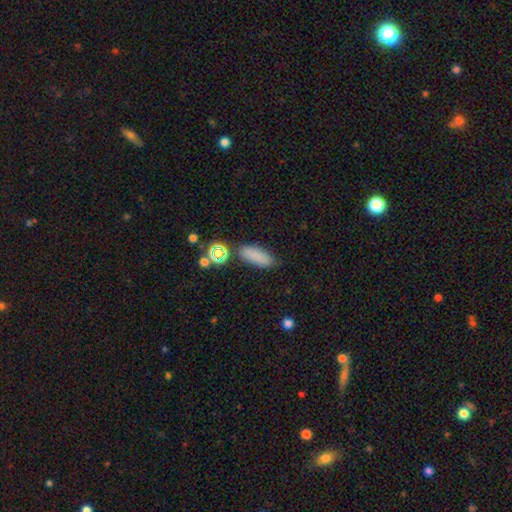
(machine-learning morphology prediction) A smooth galaxy with no disk features (80%) that is in between round and cigar-shaped (67%).

Vote fractions:
- Smooth or featured? smooth: 80% / star or artifact: 13% / featured or disk: 7%
- How rounded? in between: 67% / cigar-shaped: 29% / round: 5%
- Merging? none: 77% / minor disturbance: 14% / merger: 5% / major disturbance: 4%